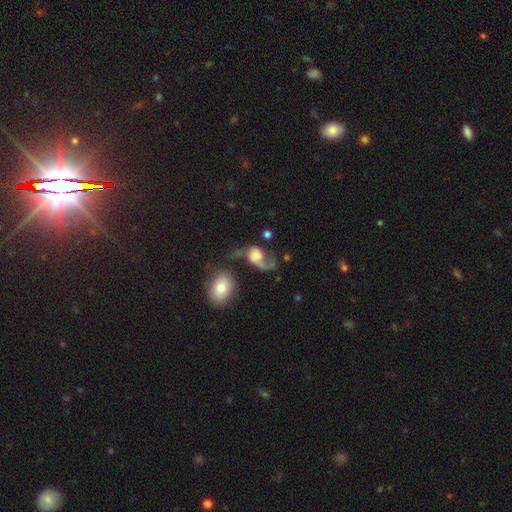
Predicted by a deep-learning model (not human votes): This is possibly a featured or disk galaxy (59%). It is clearly not viewed edge-on (97%). Bar: likely no (72%). Spiral arm pattern: clearly yes (82%). Central bulge: marginally large (29%). Merging: possibly major disturbance (47%).